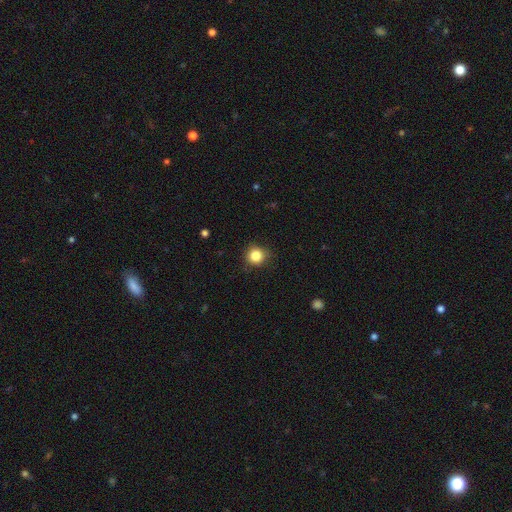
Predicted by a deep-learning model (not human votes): A smooth galaxy with no disk features (84%) that is round (91%).

Vote fractions:
- Smooth or featured? smooth: 84% / star or artifact: 11% / featured or disk: 5%
- How rounded? round: 91% / in between: 8% / cigar-shaped: 1%
- Merging? none: 85% / minor disturbance: 12% / major disturbance: 3% / merger: 1%